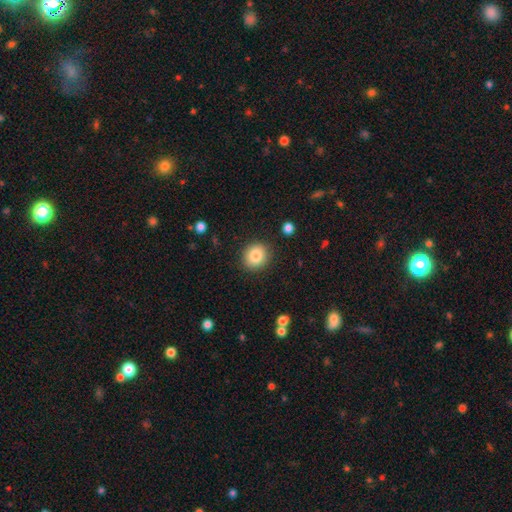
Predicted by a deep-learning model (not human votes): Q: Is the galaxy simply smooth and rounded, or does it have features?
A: smooth — 84%.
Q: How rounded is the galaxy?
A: round — 79%.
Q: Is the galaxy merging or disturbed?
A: none — 88%.